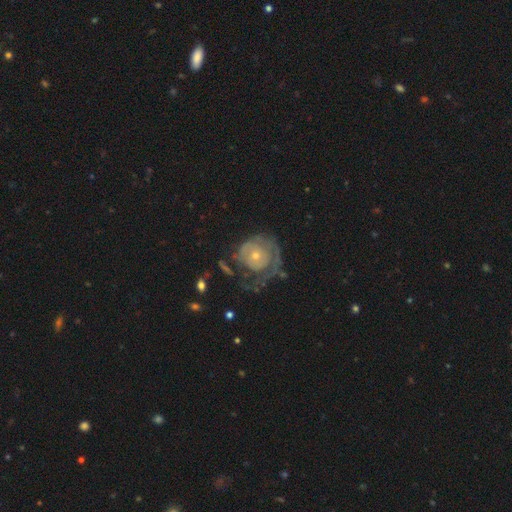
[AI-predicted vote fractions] A featured or disk galaxy (77%) with no bar (83%), tight (69%) spiral arms (82%) and a small central bulge (61%). Merging: none (48%).